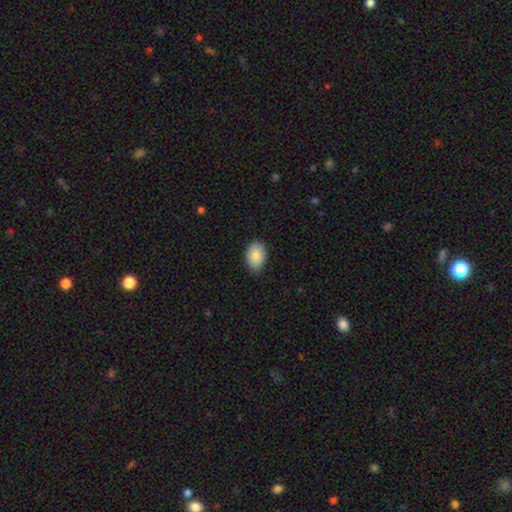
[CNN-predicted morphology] Smooth or featured: smooth — 86% (featured or disk — 7%)
How rounded: in between — 84% (round — 15%)
Merging: none — 83% (minor disturbance — 14%)